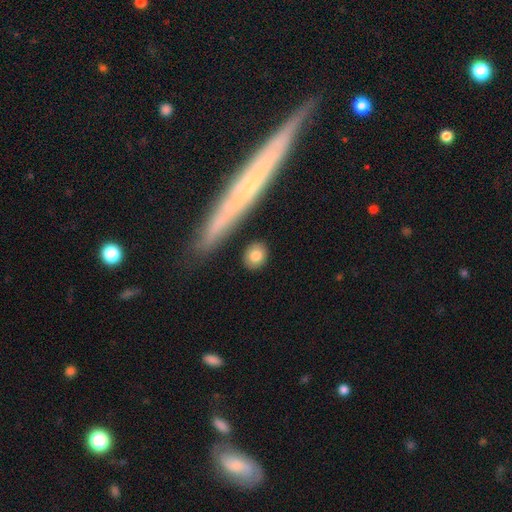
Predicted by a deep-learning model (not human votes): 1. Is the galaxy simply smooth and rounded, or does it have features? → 81% smooth, 11% featured or disk, 8% star or artifact.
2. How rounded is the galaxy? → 74% round, 22% in between, 4% cigar-shaped.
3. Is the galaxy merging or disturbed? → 87% none, 8% minor disturbance, 3% merger, 2% major disturbance.